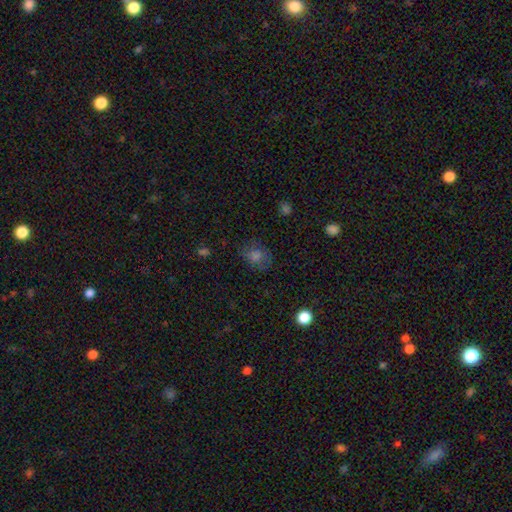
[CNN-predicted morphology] Q: Smooth or featured?
A: smooth (67%); runner-up: star or artifact (19%)
Q: How rounded?
A: round (51%); runner-up: in between (47%)
Q: Merging?
A: none (72%); runner-up: minor disturbance (19%)